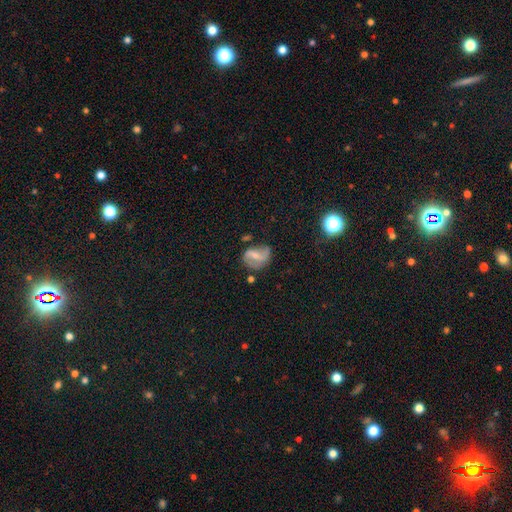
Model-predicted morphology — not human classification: type=featured or disk (59%); edge-on=no (97%); bar=weak (44%); spiral arms=yes (77%); bulge=small (47%); merging=none (48%).